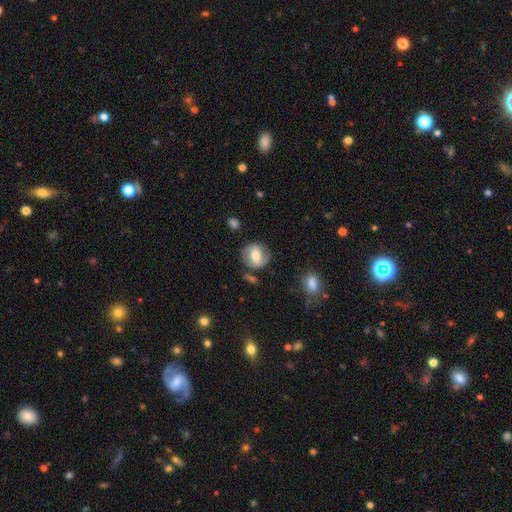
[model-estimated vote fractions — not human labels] Smooth or featured?
  - smooth: 51% *
  - featured or disk: 42%
  - star or artifact: 7%
How rounded?
  - round: 80% *
  - in between: 19%
  - cigar-shaped: 1%
Merging?
  - none: 74% *
  - minor disturbance: 16%
  - major disturbance: 6%
  - merger: 4%